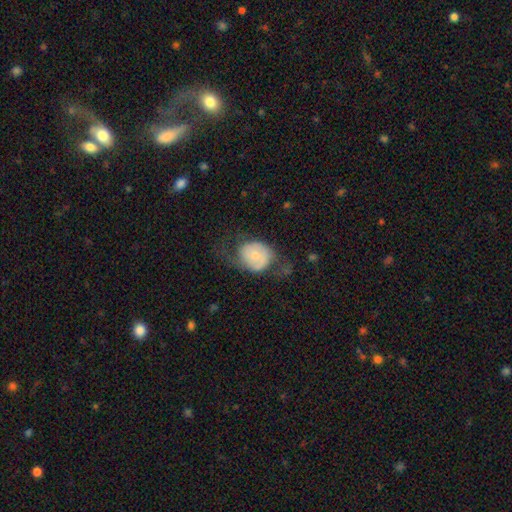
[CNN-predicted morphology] A featured or disk galaxy (50%).

Vote fractions:
- Smooth or featured? featured or disk: 50% / smooth: 43% / star or artifact: 7%
- Merging? none: 39% / major disturbance: 32% / minor disturbance: 26% / merger: 3%